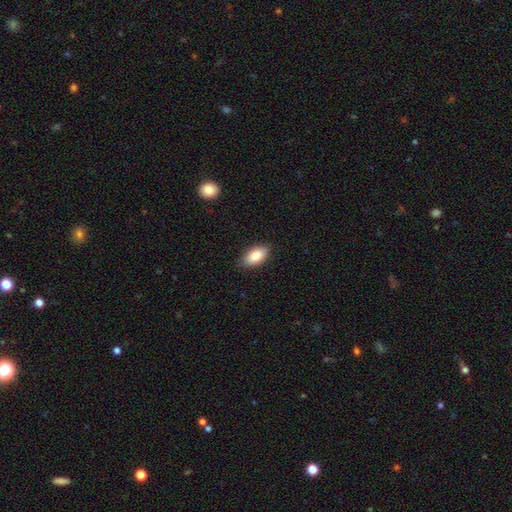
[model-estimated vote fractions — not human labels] This is clearly a smooth galaxy (86%). How rounded: clearly in between (93%). Merging: clearly none (86%).